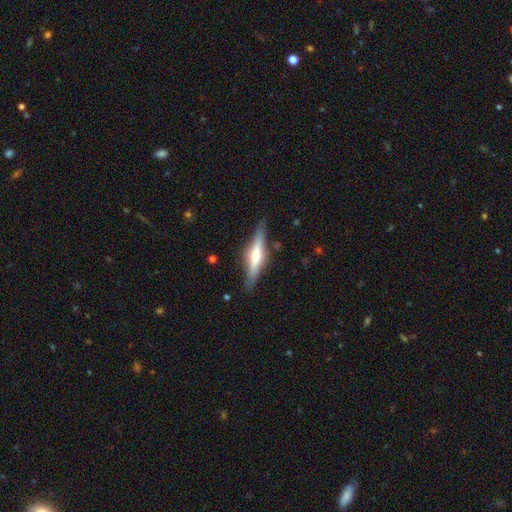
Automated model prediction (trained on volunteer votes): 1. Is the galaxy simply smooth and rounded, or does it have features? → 60% featured or disk, 34% smooth, 6% star or artifact.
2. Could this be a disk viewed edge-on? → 94% yes, 6% no.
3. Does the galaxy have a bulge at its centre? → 80% rounded, 12% boxy, 9% none.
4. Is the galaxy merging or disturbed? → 84% none, 12% minor disturbance, 3% major disturbance, 2% merger.